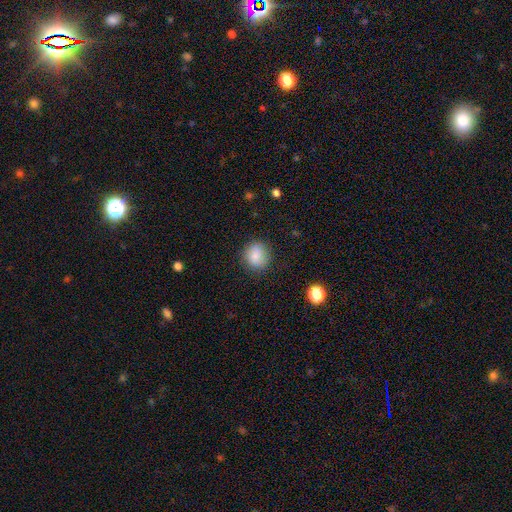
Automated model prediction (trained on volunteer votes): Morphology: type=smooth (84%); roundness=round (80%); merging=none (84%).